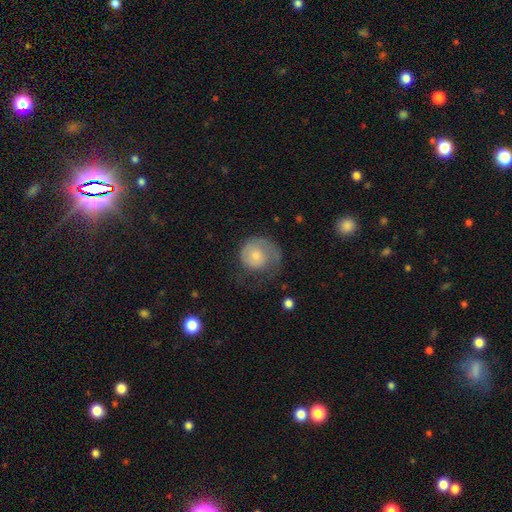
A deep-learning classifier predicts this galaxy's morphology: Overall: smooth (52%; featured or disk 41%). How rounded: round (81%). Merging: major disturbance (42%; none 34%).